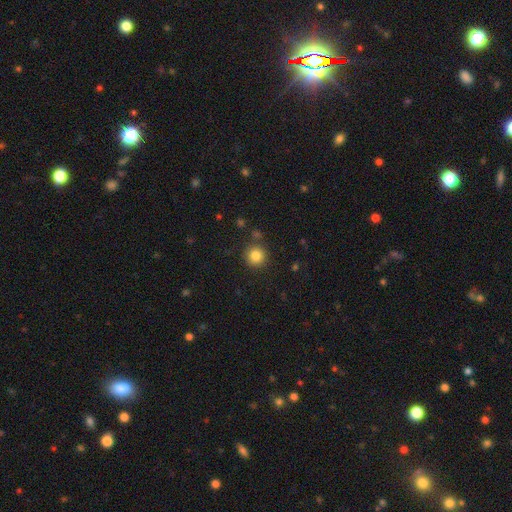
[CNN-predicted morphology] smooth-or-featured: smooth: 83% | star or artifact: 11% | featured or disk: 6%
  how-rounded: round: 94% | in between: 5% | cigar-shaped: 1%
  merging: none: 87% | minor disturbance: 7% | merger: 3% | major disturbance: 2%